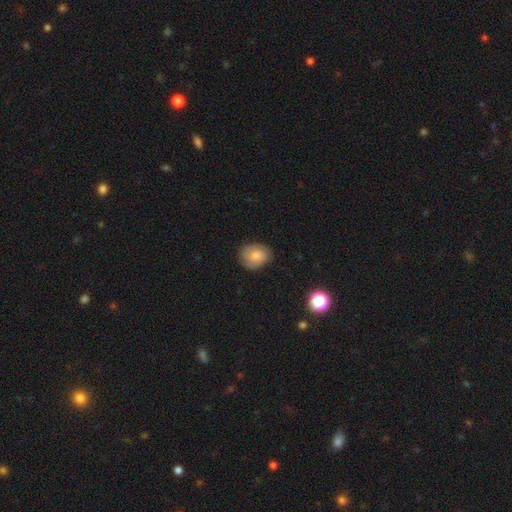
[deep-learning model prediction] smooth_or_featured: smooth (p=0.68) [alt: featured or disk p=0.23]
how_rounded: round (p=0.52) [alt: in between p=0.47]
merging: none (p=0.77) [alt: minor disturbance p=0.18]